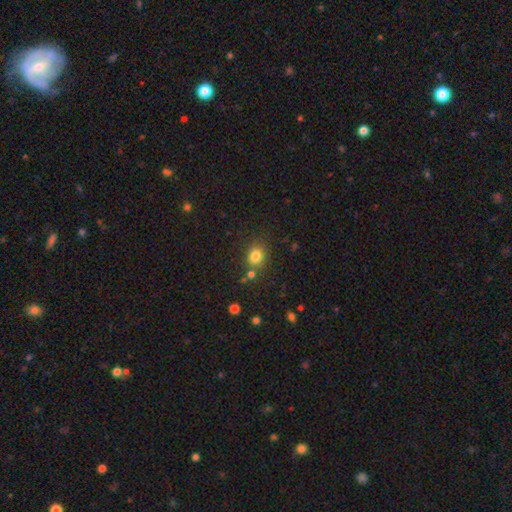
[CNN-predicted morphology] smooth_or_featured: smooth (p=0.81) [alt: star or artifact p=0.13]
how_rounded: round (p=0.62) [alt: in between p=0.37]
merging: none (p=0.72) [alt: minor disturbance p=0.13]